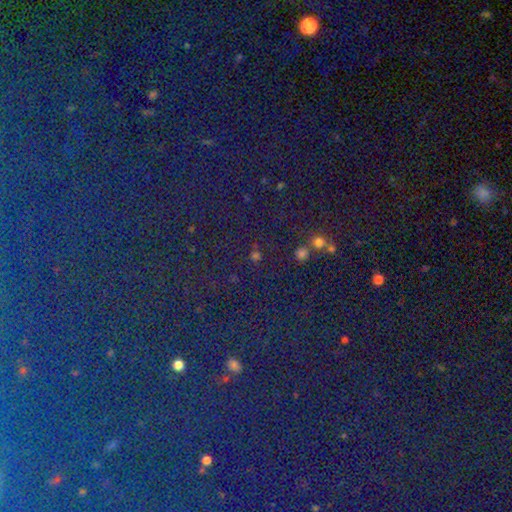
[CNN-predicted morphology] smooth-or-featured: star or artifact: 55% | smooth: 37% | featured or disk: 8%